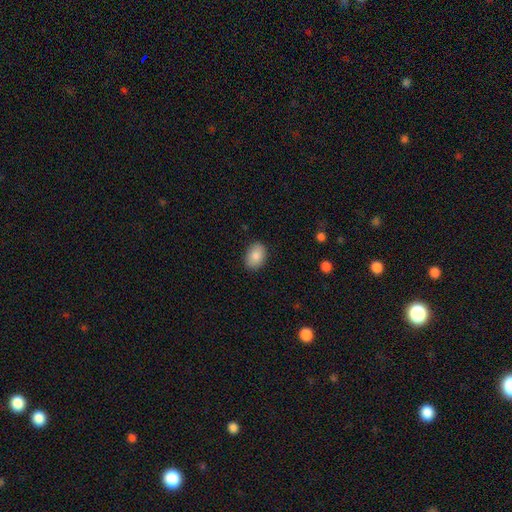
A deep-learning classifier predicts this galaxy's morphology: Smooth or featured? smooth (87%)
How rounded? in between (82%)
Merging? none (87%)